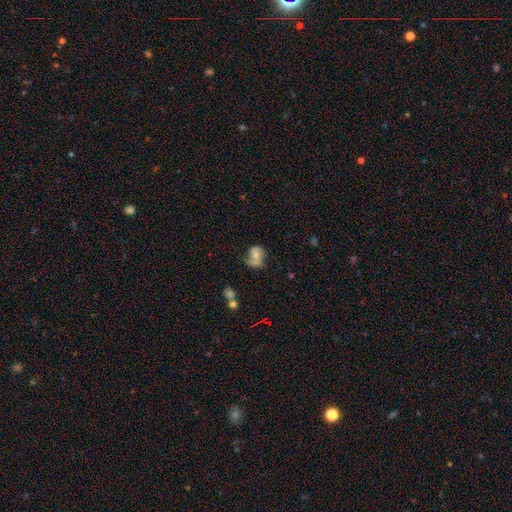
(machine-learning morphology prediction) featured or disk 46%, smooth 45%, star or artifact 9%. Down the decision tree: merging — none (49%).